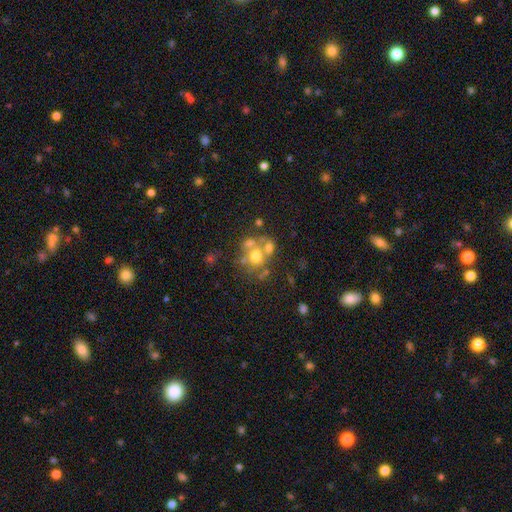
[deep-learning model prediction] A smooth galaxy with no disk features (54%) that is round (74%). Merging: none (43%).